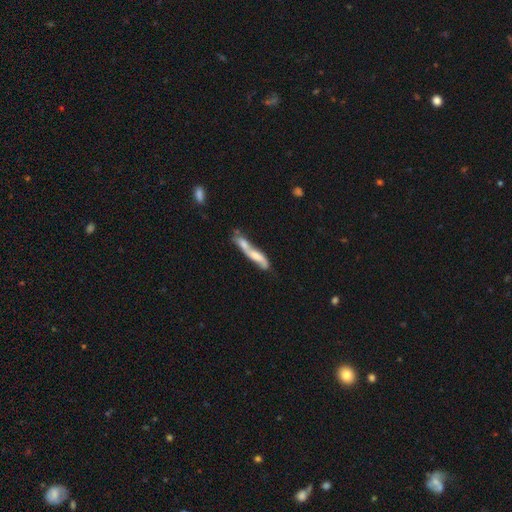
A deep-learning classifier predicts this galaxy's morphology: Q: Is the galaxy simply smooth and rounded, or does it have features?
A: featured or disk — 47%.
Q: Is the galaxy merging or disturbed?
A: merger — 47%.